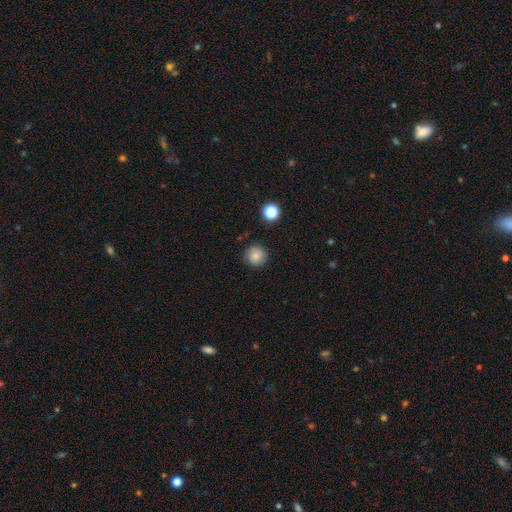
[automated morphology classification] The model was most divided on "smooth or featured": smooth: 78%, star or artifact: 11%, featured or disk: 11%. More confident: how rounded — round (94%); merging — none (84%).